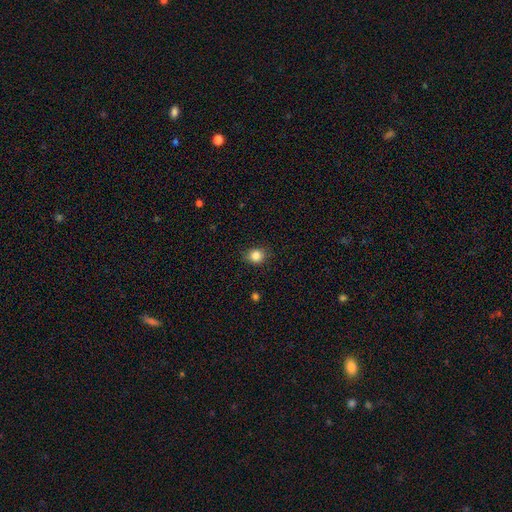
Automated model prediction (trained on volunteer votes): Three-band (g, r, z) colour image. It shows a smooth galaxy with no disk features (84%) that is round (73%). Merging: none (85%).